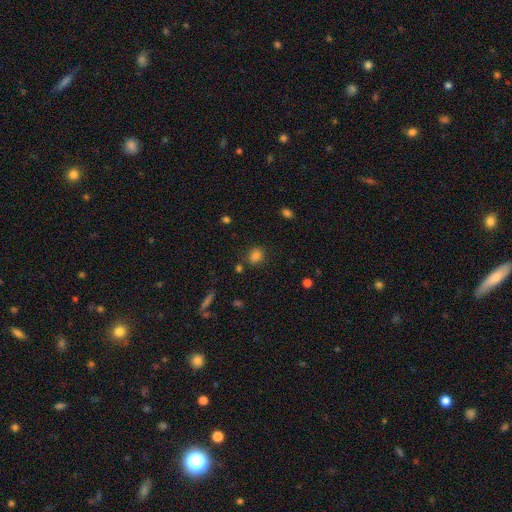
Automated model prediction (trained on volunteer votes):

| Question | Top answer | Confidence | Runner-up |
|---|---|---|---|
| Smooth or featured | smooth | 81% | star or artifact (14%) |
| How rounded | round | 57% | in between (42%) |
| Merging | none | 78% | minor disturbance (13%) |